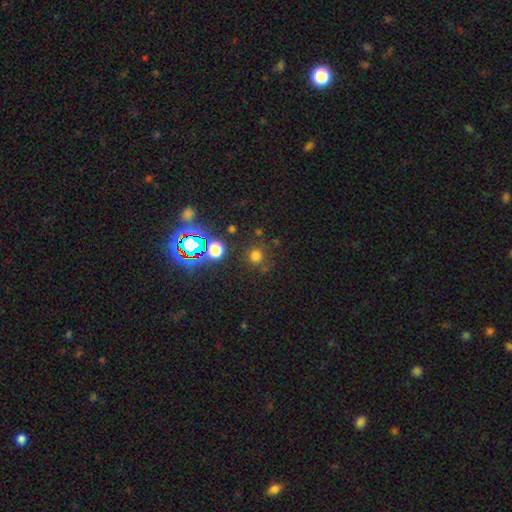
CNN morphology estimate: smooth 66%, star or artifact 27%, featured or disk 7%. Down the decision tree: how rounded — round (92%); merging — none (81%).